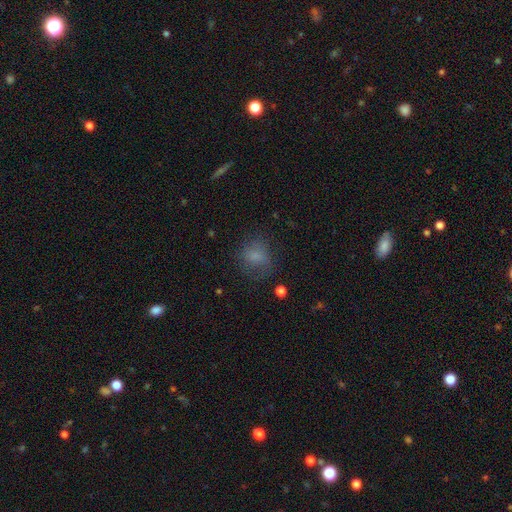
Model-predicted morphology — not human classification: smooth-or-featured: smooth: 71% | featured or disk: 16% | star or artifact: 13%
  how-rounded: round: 68% | in between: 31% | cigar-shaped: 1%
  merging: none: 61% | minor disturbance: 22% | major disturbance: 16% | merger: 2%